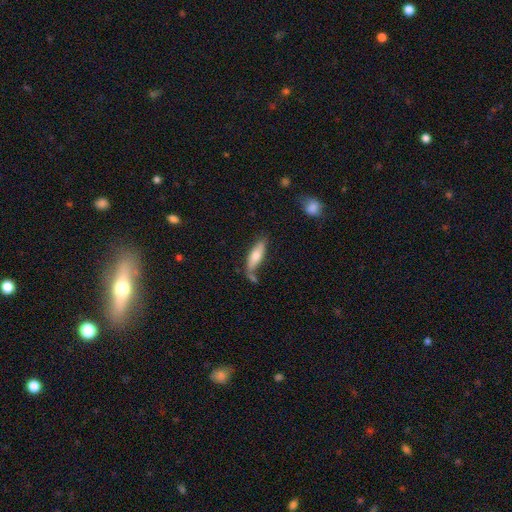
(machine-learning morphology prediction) smooth_or_featured: smooth (p=0.66) [alt: featured or disk p=0.28]
how_rounded: cigar-shaped (p=0.52) [alt: in between p=0.46]
merging: none (p=0.57) [alt: minor disturbance p=0.21]